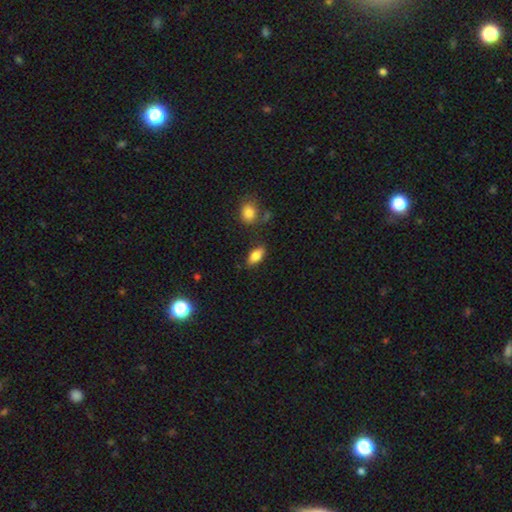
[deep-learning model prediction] smooth 83%, featured or disk 9%, star or artifact 8%. Down the decision tree: how rounded — in between (89%); merging — none (80%).